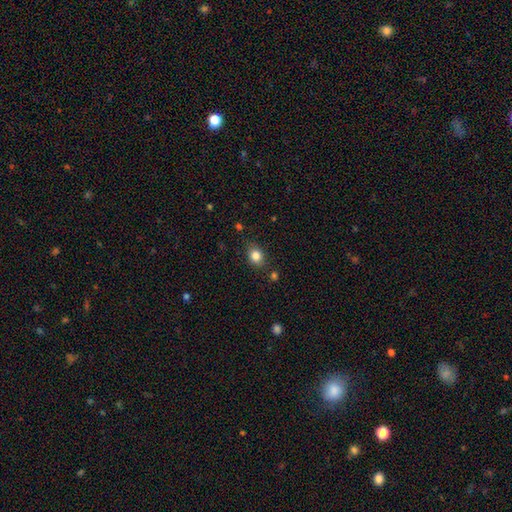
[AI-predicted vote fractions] smooth-or-featured: smooth: 83% | star or artifact: 11% | featured or disk: 6%
  how-rounded: round: 53% | in between: 46% | cigar-shaped: 1%
  merging: none: 82% | minor disturbance: 12% | major disturbance: 3% | merger: 3%